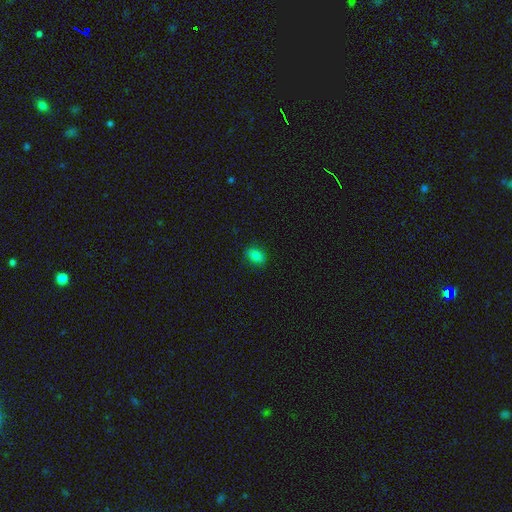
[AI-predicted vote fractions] Q: Smooth or featured?
A: smooth (81%); runner-up: star or artifact (13%)
Q: How rounded?
A: in between (66%); runner-up: round (33%)
Q: Merging?
A: none (84%); runner-up: minor disturbance (12%)